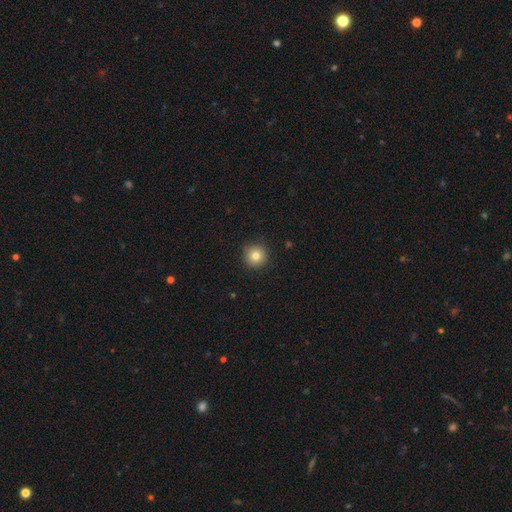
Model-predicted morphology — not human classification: Smooth or featured: smooth — 80% (star or artifact — 11%)
How rounded: round — 95% (in between — 4%)
Merging: none — 90% (minor disturbance — 7%)